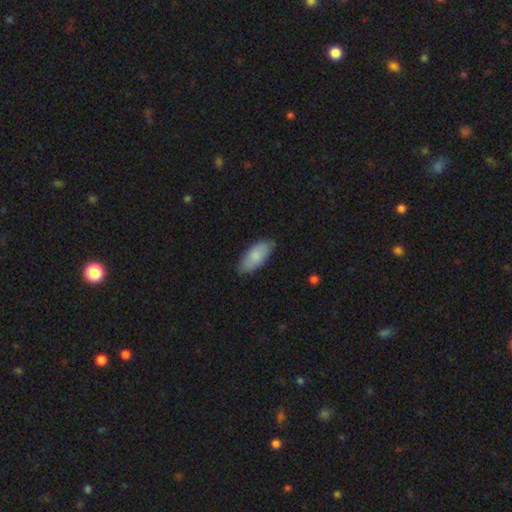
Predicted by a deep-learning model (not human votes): Q: Smooth or featured?
A: smooth (82%); runner-up: featured or disk (12%)
Q: How rounded?
A: in between (87%); runner-up: cigar-shaped (11%)
Q: Merging?
A: none (80%); runner-up: minor disturbance (17%)